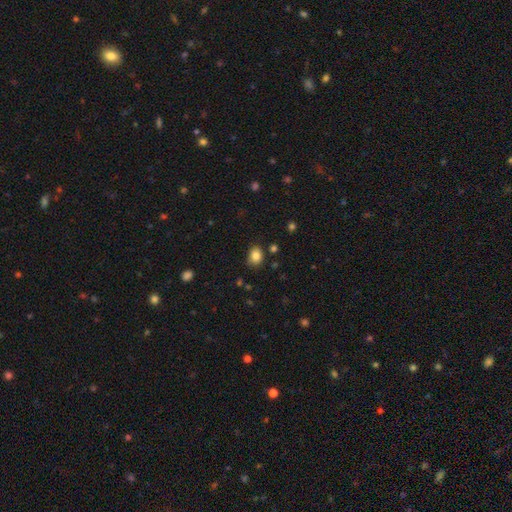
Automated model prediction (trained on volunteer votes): Morphology: type=smooth (84%); roundness=in between (55%); merging=none (76%).